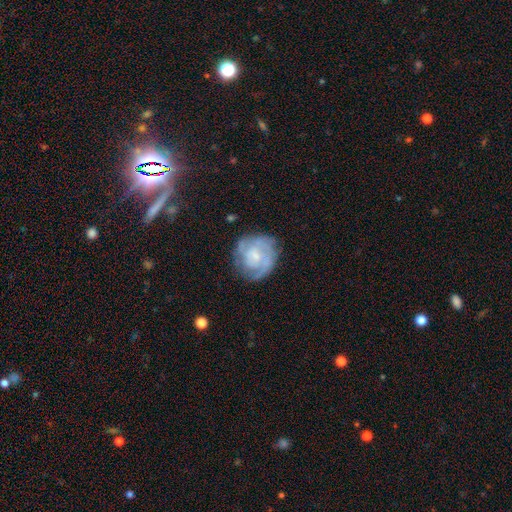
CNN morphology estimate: Smooth or featured? Predicted: featured or disk (p=0.73). Edge-on disk? Predicted: no (p=0.98). Bar? Predicted: no (p=0.66). Spiral arms? Predicted: yes (p=0.86). Spiral winding? Predicted: tight (p=0.53). Spiral arm count? Predicted: can't tell (p=0.39). Bulge size? Predicted: small (p=0.56). Merging? Predicted: none (p=0.68).